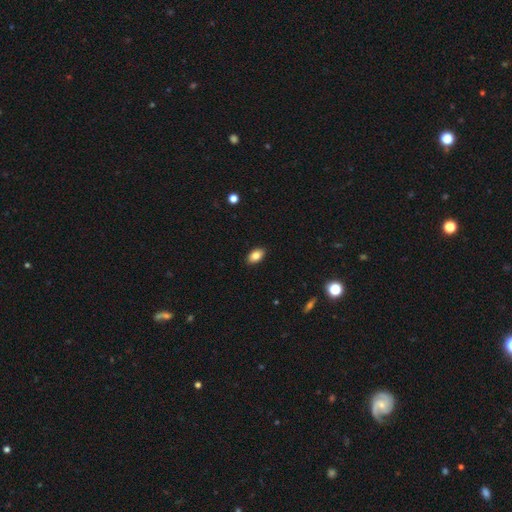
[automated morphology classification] Overall: smooth (85%). How rounded: in between (91%). Merging: none (89%).